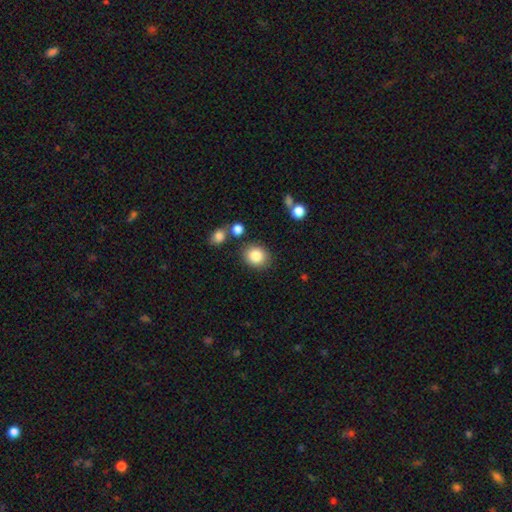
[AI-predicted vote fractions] The model was most divided on "how rounded": round: 70%, in between: 29%, cigar-shaped: 1%. More confident: smooth or featured — smooth (85%); merging — none (82%).